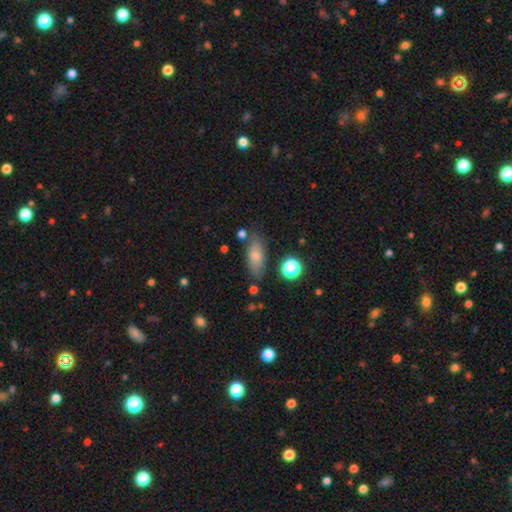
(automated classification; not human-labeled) Smooth or featured? Predicted: smooth (p=0.75). How rounded? Predicted: in between (p=0.76). Merging? Predicted: none (p=0.75).